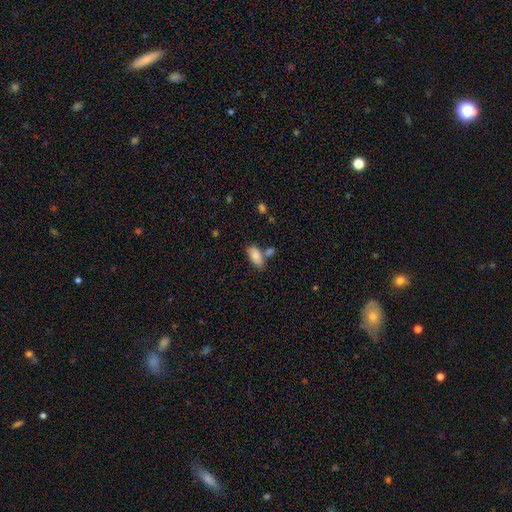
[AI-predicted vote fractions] A smooth galaxy with no disk features (85%) that is in between round and cigar-shaped (91%).

Vote fractions:
- Smooth or featured? smooth: 85% / featured or disk: 7% / star or artifact: 7%
- How rounded? in between: 91% / cigar-shaped: 6% / round: 3%
- Merging? none: 58% / merger: 22% / minor disturbance: 15% / major disturbance: 4%